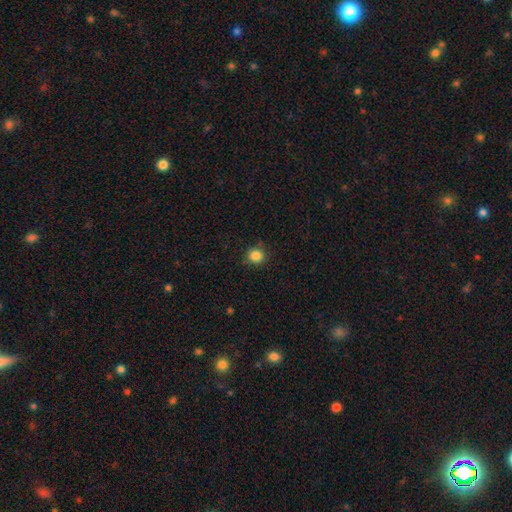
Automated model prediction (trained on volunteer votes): The model was most divided on "smooth or featured": smooth: 86%, star or artifact: 11%, featured or disk: 4%. More confident: how rounded — round (88%); merging — none (87%).